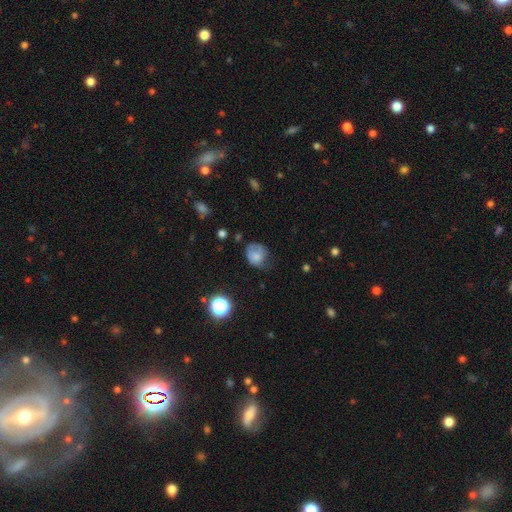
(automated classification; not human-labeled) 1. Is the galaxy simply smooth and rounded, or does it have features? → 70% smooth, 19% featured or disk, 11% star or artifact.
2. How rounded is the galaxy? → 57% round, 42% in between, 1% cigar-shaped.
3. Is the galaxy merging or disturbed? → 45% none, 34% minor disturbance, 19% major disturbance, 2% merger.